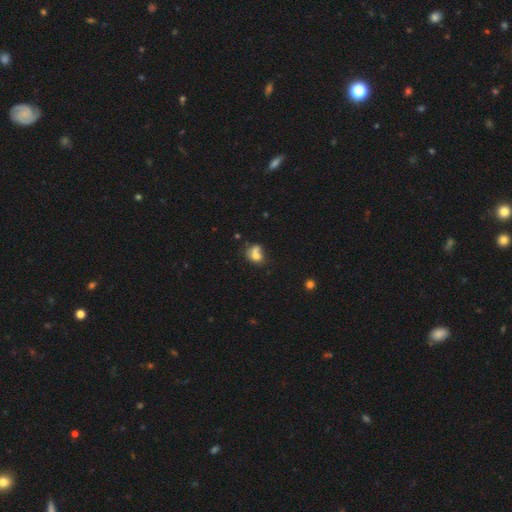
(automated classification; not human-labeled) Smooth or featured? Predicted: smooth (p=0.68). How rounded? Predicted: round (p=0.52). Merging? Predicted: merger (p=0.44).